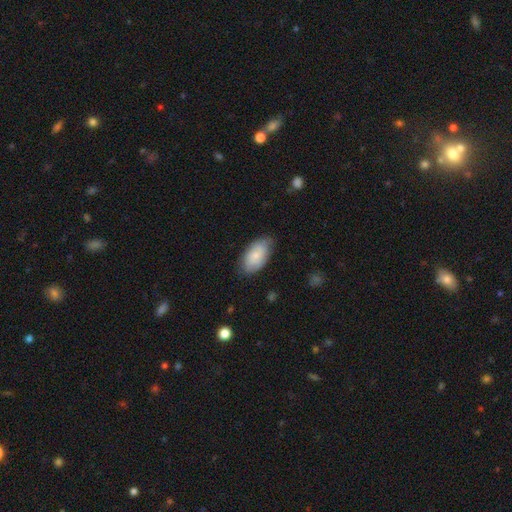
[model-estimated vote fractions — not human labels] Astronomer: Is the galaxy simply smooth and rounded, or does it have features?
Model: smooth — 74%.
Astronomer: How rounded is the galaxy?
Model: in between — 94%.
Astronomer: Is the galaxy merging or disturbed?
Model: none — 75%.